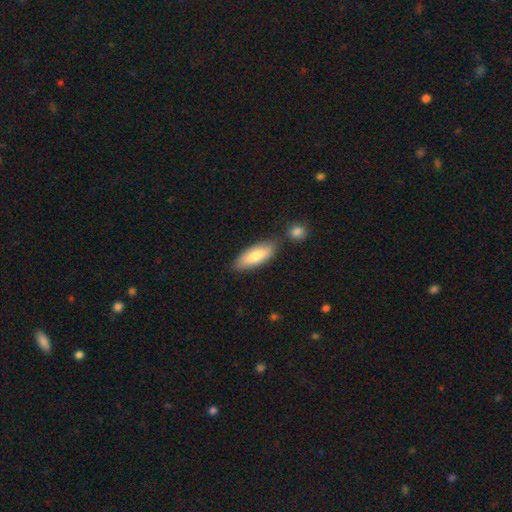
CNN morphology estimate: Smooth or featured: smooth — 76% (featured or disk — 19%)
How rounded: in between — 67% (cigar-shaped — 31%)
Merging: none — 75% (minor disturbance — 13%)